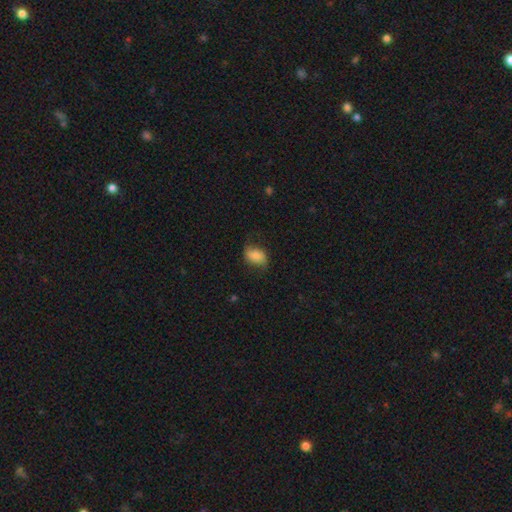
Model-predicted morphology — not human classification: Smooth or featured? smooth (66%)
How rounded? in between (82%)
Merging? none (64%)